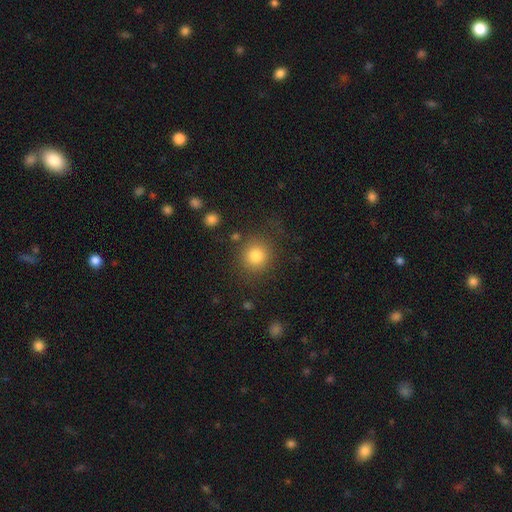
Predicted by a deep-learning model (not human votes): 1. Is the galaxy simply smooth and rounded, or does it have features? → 82% smooth, 11% star or artifact, 7% featured or disk.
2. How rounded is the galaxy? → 88% round, 11% in between, 1% cigar-shaped.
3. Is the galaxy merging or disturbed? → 80% none, 10% minor disturbance, 6% major disturbance, 3% merger.